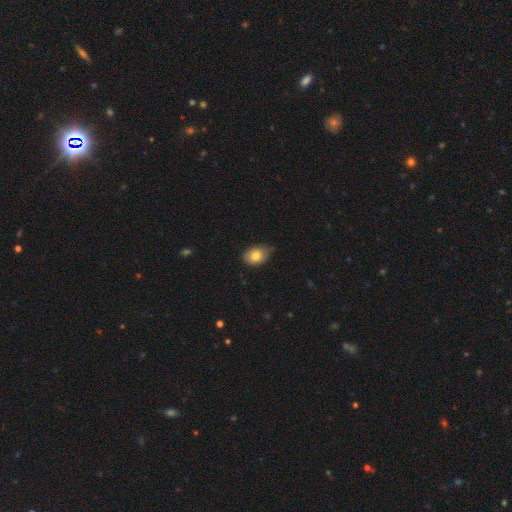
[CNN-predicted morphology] Smooth or featured: smooth — 82% (featured or disk — 10%)
How rounded: in between — 70% (round — 28%)
Merging: none — 62% (minor disturbance — 32%)